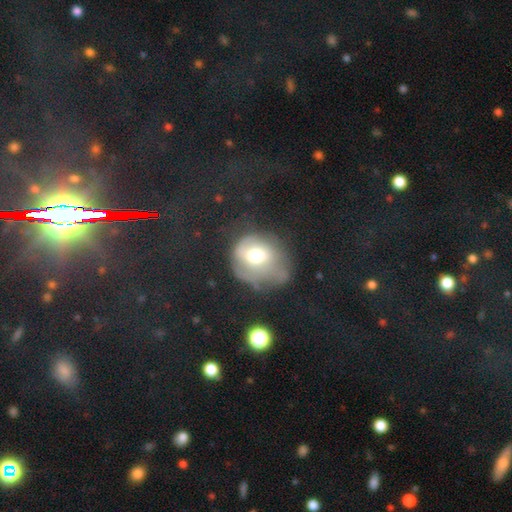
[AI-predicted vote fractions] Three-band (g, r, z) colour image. It shows a smooth galaxy with no disk features (58%) that is round (70%). Merging: major disturbance (35%).